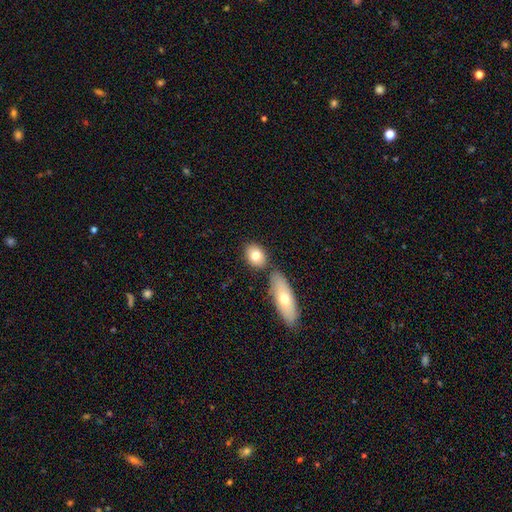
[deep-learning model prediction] The model was most divided on "how rounded": in between: 69%, round: 28%, cigar-shaped: 3%. More confident: smooth or featured — smooth (76%); merging — none (68%).